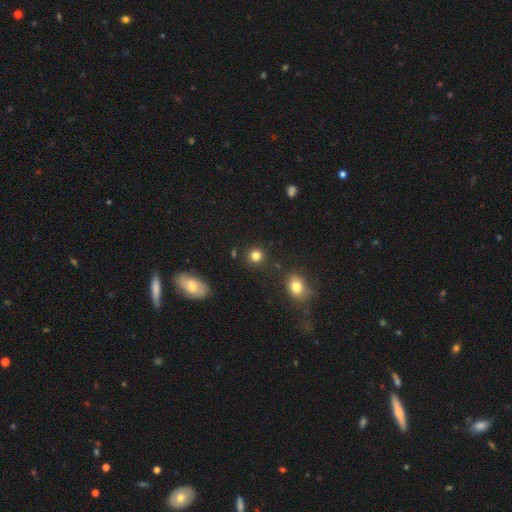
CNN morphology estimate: smooth-or-featured: smooth: 82% | star or artifact: 13% | featured or disk: 5%
  how-rounded: round: 91% | in between: 8% | cigar-shaped: 1%
  merging: none: 88% | minor disturbance: 7% | merger: 3% | major disturbance: 2%